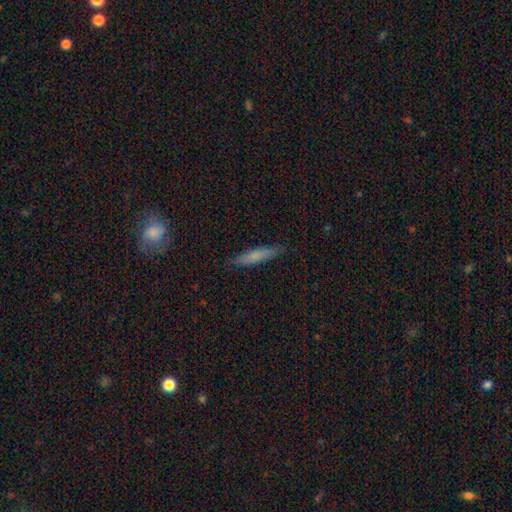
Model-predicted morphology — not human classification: This appears to be a smooth galaxy with no disk features (67%) that is cigar-shaped (89%). Merging: none (87%).